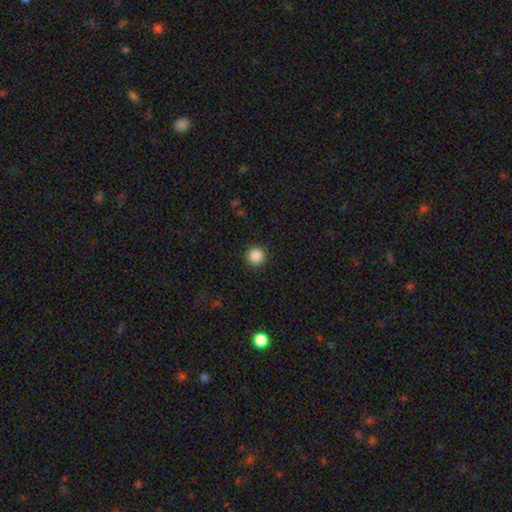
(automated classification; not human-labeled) Overall: smooth (87%). How rounded: round (96%). Merging: none (92%).